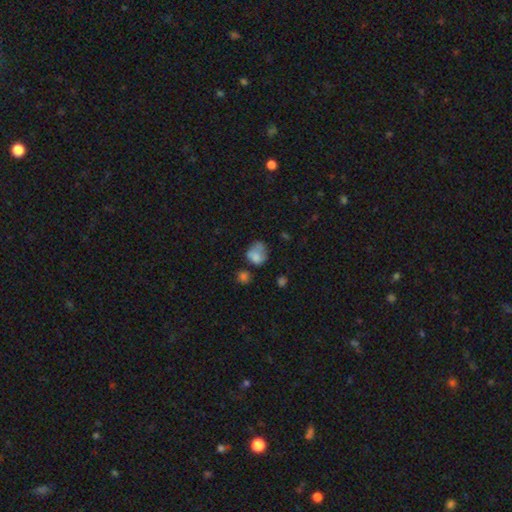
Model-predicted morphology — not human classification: type=smooth (69%); roundness=round (50%); merging=none (33%).